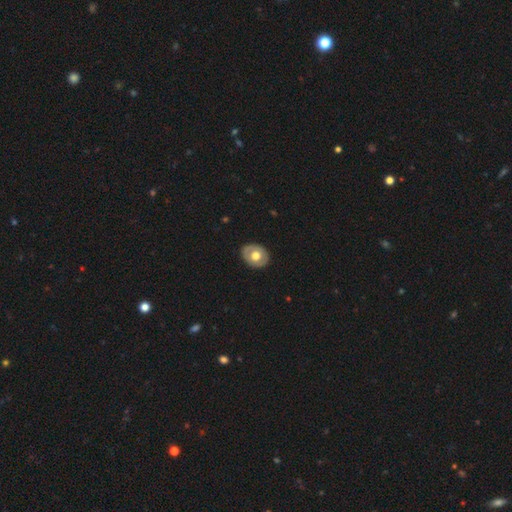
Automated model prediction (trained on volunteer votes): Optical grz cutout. It shows a smooth galaxy with no disk features (54%) that is round (52%). Merging: none (86%).